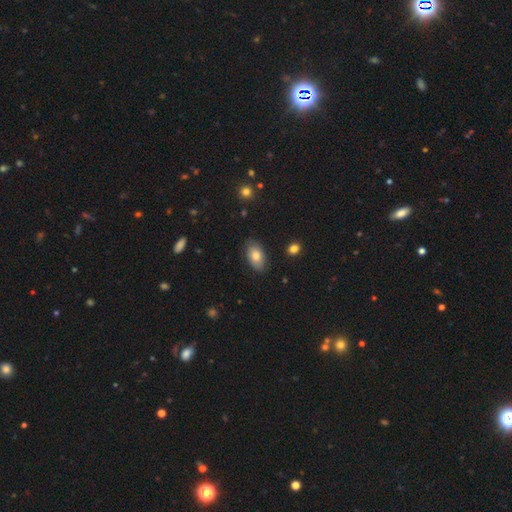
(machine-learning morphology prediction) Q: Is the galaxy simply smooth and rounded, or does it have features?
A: smooth — 79%.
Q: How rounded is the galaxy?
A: in between — 93%.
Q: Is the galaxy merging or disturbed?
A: none — 84%.